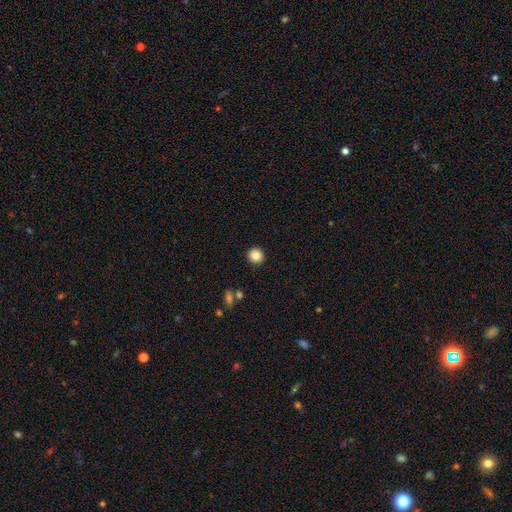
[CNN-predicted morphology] This appears to be a smooth galaxy with no disk features (86%) that is round (93%). Merging: none (91%).